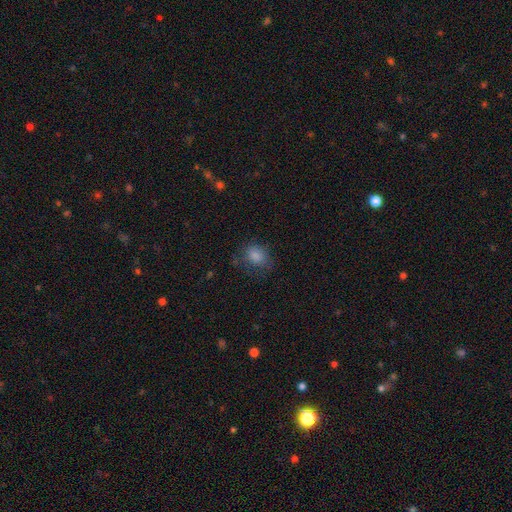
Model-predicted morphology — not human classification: The model was most divided on "how rounded": in between: 58%, round: 41%, cigar-shaped: 1%. More confident: smooth or featured — smooth (82%); merging — none (64%).